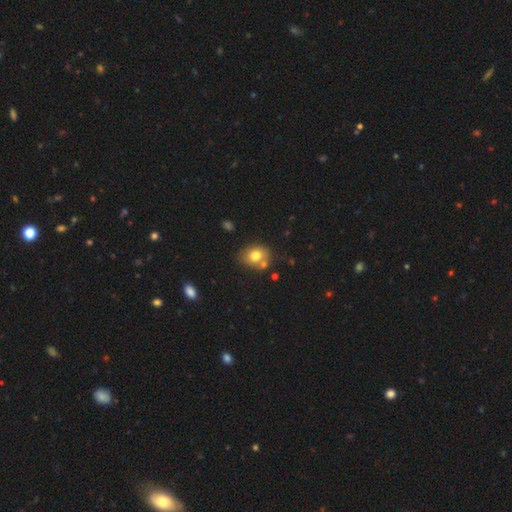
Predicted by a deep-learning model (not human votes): Overall: smooth (77%). How rounded: round (50%; in between 49%). Merging: none (65%).